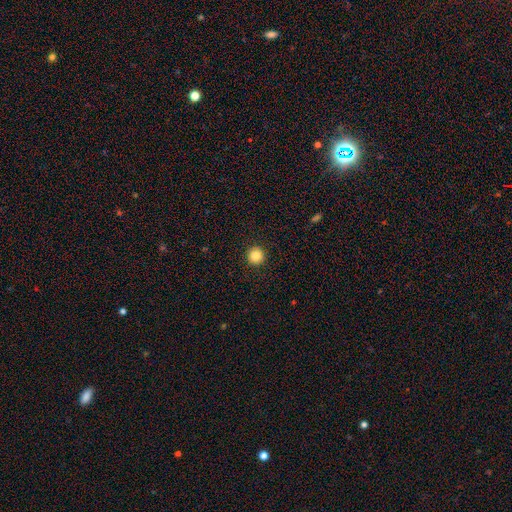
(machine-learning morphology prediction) A smooth galaxy with no disk features (85%) that is round (96%).

Vote fractions:
- Smooth or featured? smooth: 85% / star or artifact: 10% / featured or disk: 4%
- How rounded? round: 96% / in between: 3% / cigar-shaped: 1%
- Merging? none: 93% / minor disturbance: 4% / major disturbance: 2% / merger: 1%